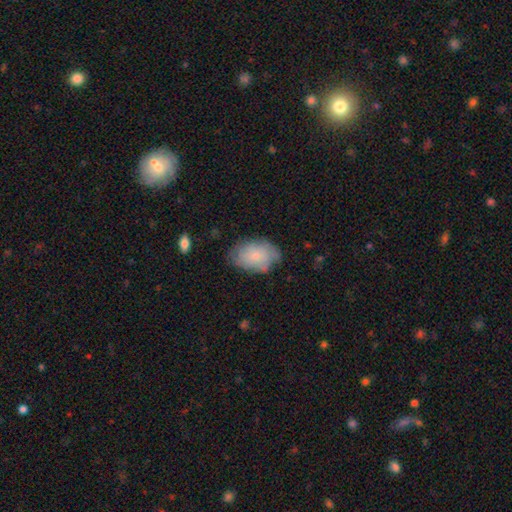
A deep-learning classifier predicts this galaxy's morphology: Smooth or featured?
  - smooth: 68% *
  - featured or disk: 25%
  - star or artifact: 7%
How rounded?
  - in between: 86% *
  - round: 13%
  - cigar-shaped: 1%
Merging?
  - none: 64% *
  - minor disturbance: 27%
  - major disturbance: 7%
  - merger: 2%